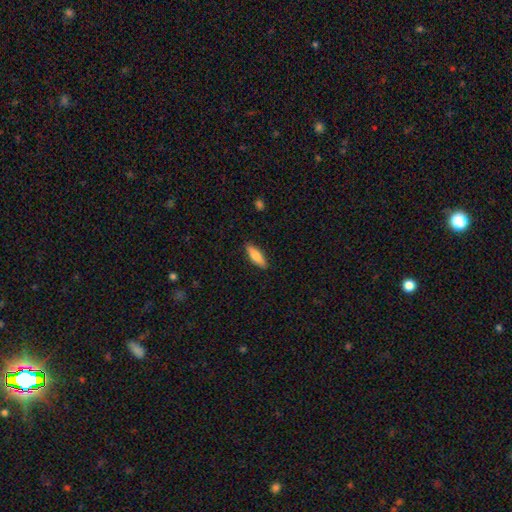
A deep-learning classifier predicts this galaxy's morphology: Smooth or featured? Predicted: smooth (p=0.78). How rounded? Predicted: cigar-shaped (p=0.51). Merging? Predicted: none (p=0.89).